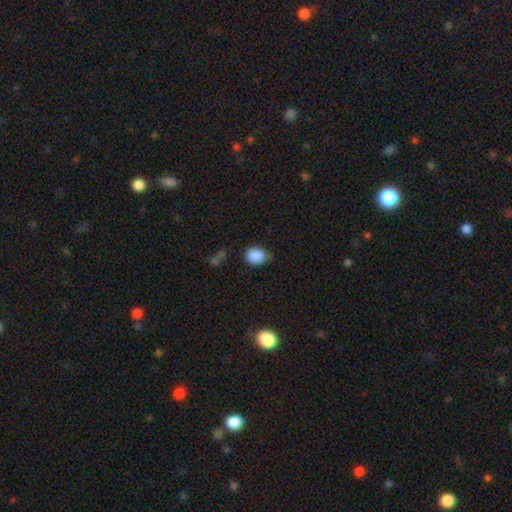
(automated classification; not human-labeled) Morphology: type=smooth (88%); roundness=round (51%); merging=none (67%).